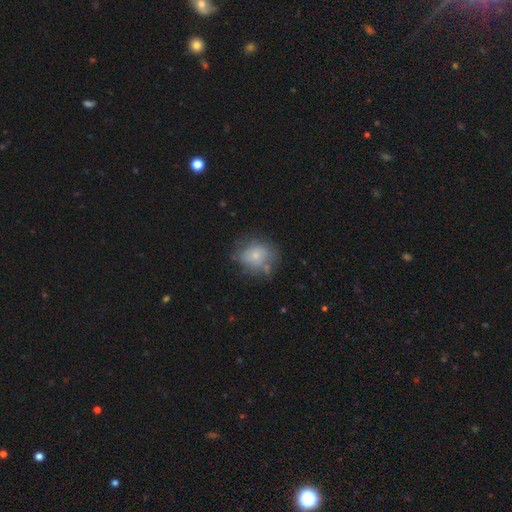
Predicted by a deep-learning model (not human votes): This appears to be a smooth galaxy with no disk features (64%) that is round (70%). Merging: none (59%).